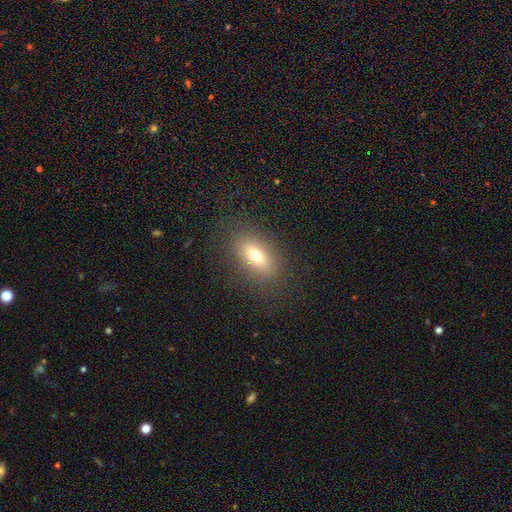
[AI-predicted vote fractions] Smooth or featured? Predicted: smooth (p=0.68). How rounded? Predicted: in between (p=0.80). Merging? Predicted: none (p=0.85).